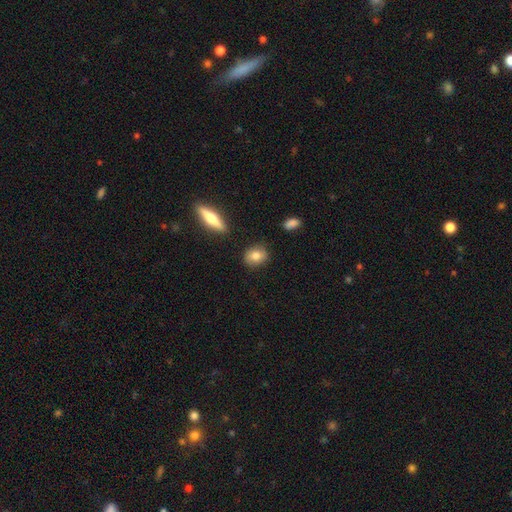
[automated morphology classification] smooth-or-featured: smooth: 78% | featured or disk: 14% | star or artifact: 7%
  how-rounded: in between: 51% | round: 46% | cigar-shaped: 3%
  merging: none: 83% | minor disturbance: 12% | merger: 2% | major disturbance: 2%